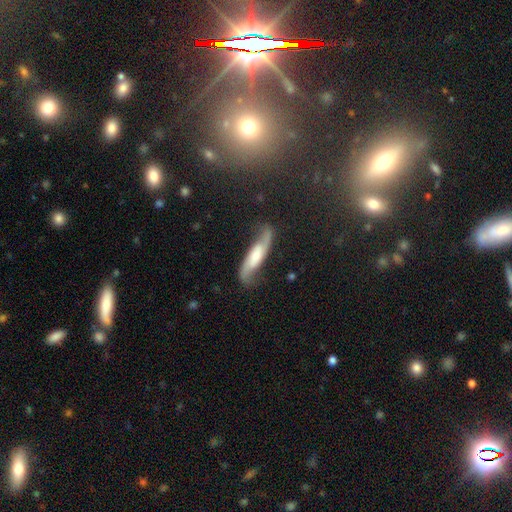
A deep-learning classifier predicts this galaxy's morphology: smooth_or_featured: featured or disk (p=0.69) [alt: smooth p=0.26]
disk_edge_on: no (p=0.73) [alt: yes p=0.27]
bar: no (p=0.48) [alt: weak p=0.33]
has_spiral_arms: yes (p=0.92) [alt: no p=0.08]
bulge_size: moderate (p=0.45) [alt: small p=0.32]
merging: none (p=0.68) [alt: minor disturbance p=0.21]